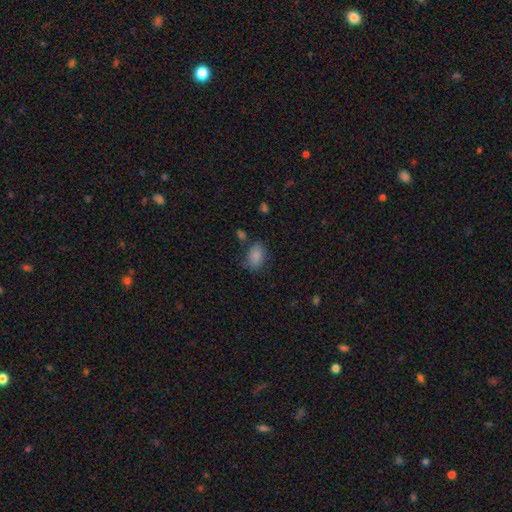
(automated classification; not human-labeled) Smooth or featured: smooth — 86% (star or artifact — 8%)
How rounded: in between — 83% (round — 16%)
Merging: none — 68% (minor disturbance — 21%)